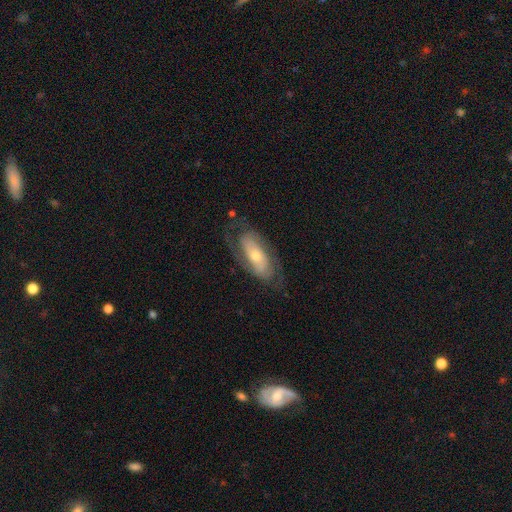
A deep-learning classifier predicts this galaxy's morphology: Overall: featured or disk (68%). Edge-on disk: no (89%). Bar: no (62%; weak 23%). Spiral arms: yes (80%). Bulge size: moderate (55%; small 38%). Merging: none (68%).